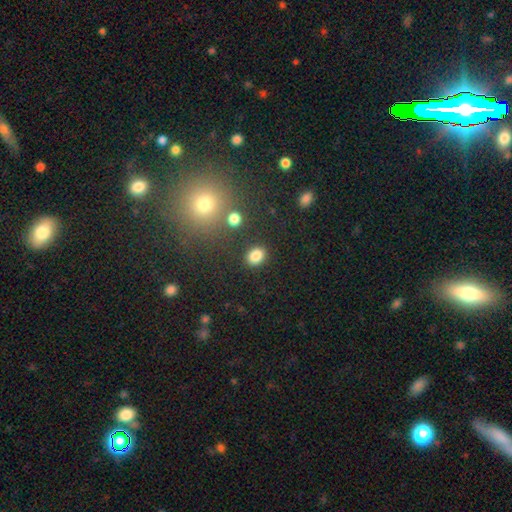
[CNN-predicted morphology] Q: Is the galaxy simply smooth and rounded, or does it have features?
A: smooth — 84%.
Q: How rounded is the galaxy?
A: in between — 59%.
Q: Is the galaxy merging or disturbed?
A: none — 84%.